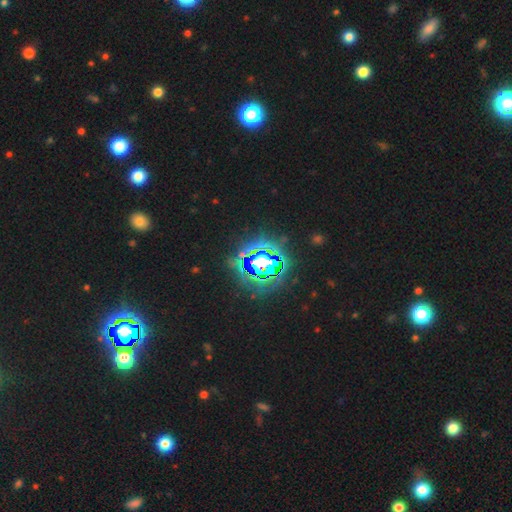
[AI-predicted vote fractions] star or artifact 74%, smooth 14%, featured or disk 12%.